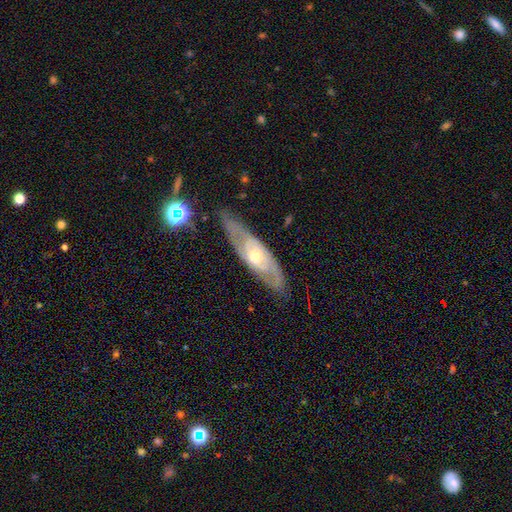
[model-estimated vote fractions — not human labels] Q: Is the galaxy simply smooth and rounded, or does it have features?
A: featured or disk — 78%.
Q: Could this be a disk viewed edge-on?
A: no — 75%.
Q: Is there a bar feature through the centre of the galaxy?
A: no — 69%.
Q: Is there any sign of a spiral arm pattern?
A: yes — 77%.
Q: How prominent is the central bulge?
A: moderate — 52%.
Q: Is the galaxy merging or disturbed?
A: none — 77%.